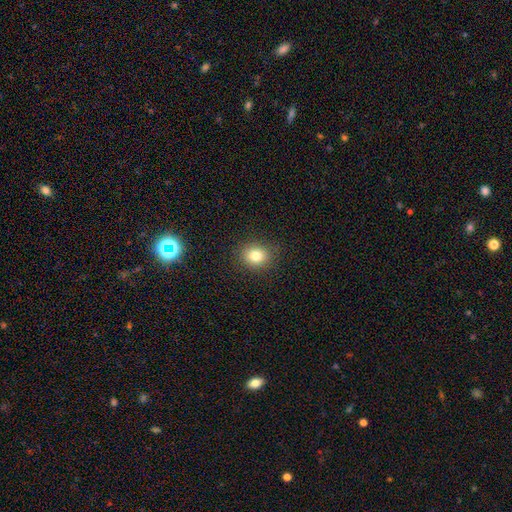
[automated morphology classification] smooth-or-featured: smooth: 80% | star or artifact: 12% | featured or disk: 8%
  how-rounded: round: 71% | in between: 28% | cigar-shaped: 1%
  merging: none: 89% | minor disturbance: 8% | major disturbance: 3% | merger: 1%